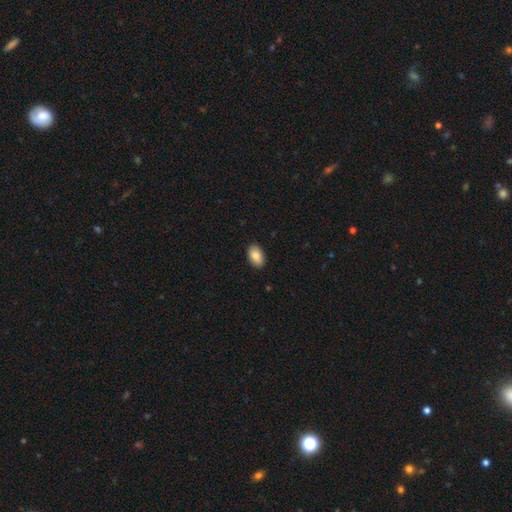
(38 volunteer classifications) A smooth galaxy with no disk features (95%) that is in between round and cigar-shaped (92%).

Vote fractions:
- Smooth or featured? smooth: 95% / star or artifact: 5% / featured or disk: 0%
- How rounded? in between: 92% / round: 6% / cigar-shaped: 3%
- Merging? none: 89% / minor disturbance: 11% / major disturbance: 0% / merger: 0%